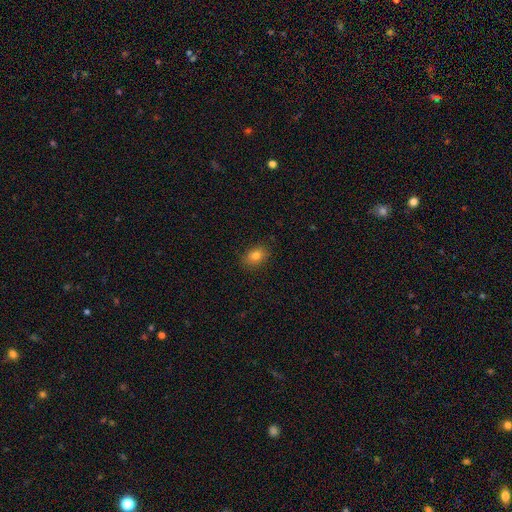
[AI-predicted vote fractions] A smooth galaxy with no disk features (80%) that is in between round and cigar-shaped (76%).

Vote fractions:
- Smooth or featured? smooth: 80% / star or artifact: 10% / featured or disk: 9%
- How rounded? in between: 76% / round: 23% / cigar-shaped: 1%
- Merging? none: 87% / minor disturbance: 10% / major disturbance: 2% / merger: 1%